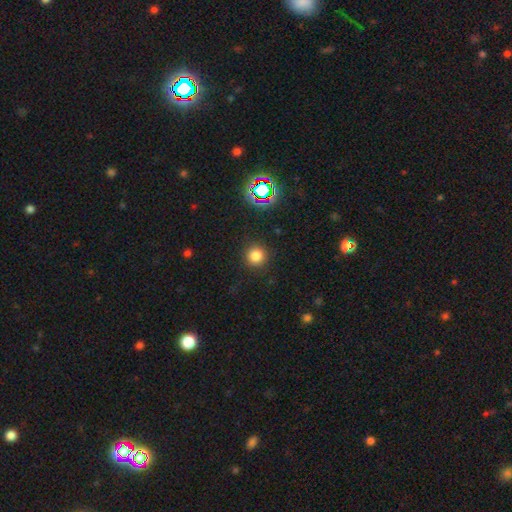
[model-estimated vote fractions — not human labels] Smooth or featured? smooth (79%)
How rounded? round (94%)
Merging? none (89%)